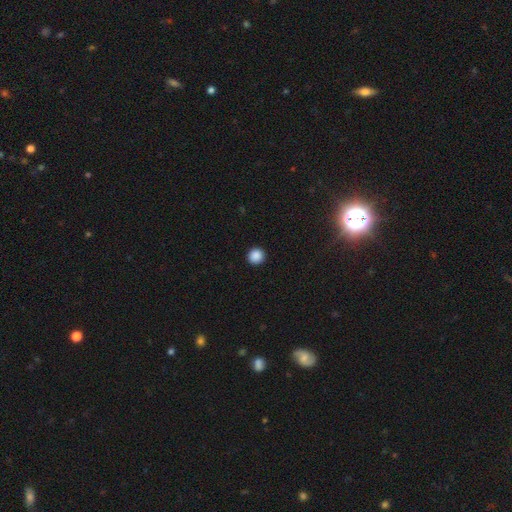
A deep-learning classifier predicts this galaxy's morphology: type=smooth (88%); roundness=round (95%); merging=none (93%).